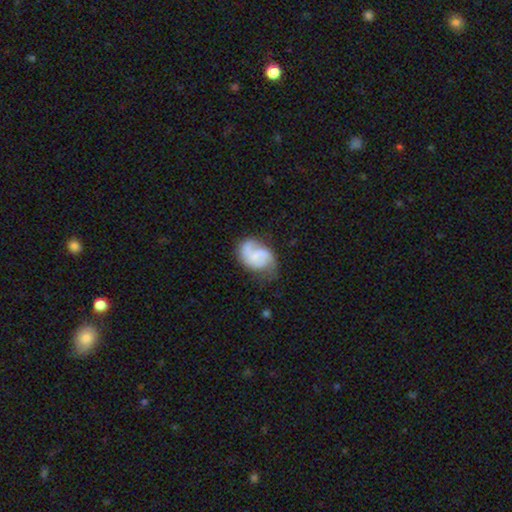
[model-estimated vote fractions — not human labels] Morphology: type=featured or disk (66%); edge-on=no (98%); bar=no (51%); spiral arms=yes (91%); winding=medium (45%); arm count=2 (74%); bulge=none (42%); merging=none (50%).